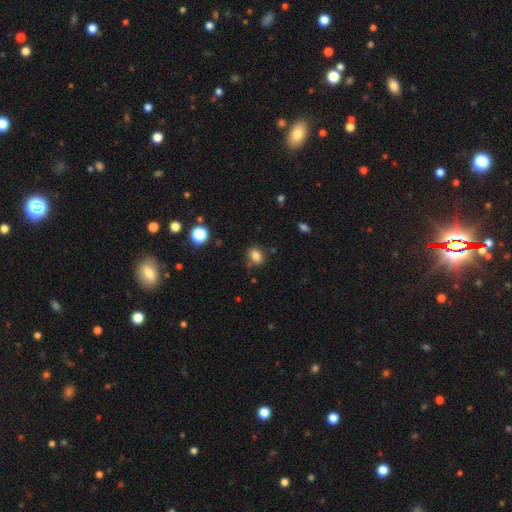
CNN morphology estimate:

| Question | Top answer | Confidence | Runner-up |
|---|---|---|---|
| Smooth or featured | smooth | 82% | star or artifact (12%) |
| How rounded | in between | 54% | round (45%) |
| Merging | none | 77% | minor disturbance (14%) |